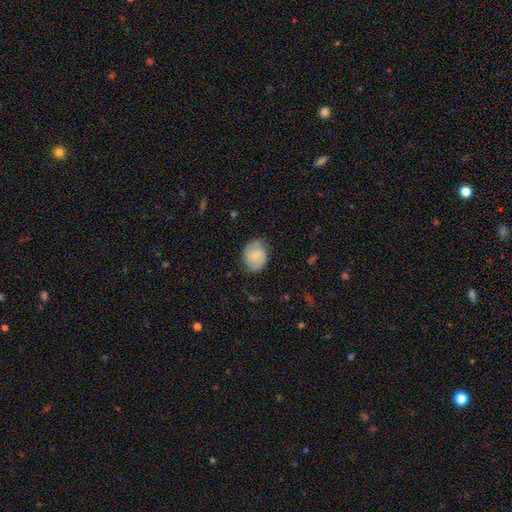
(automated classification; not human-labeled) A featured or disk galaxy (52%) with no bar (61%), spiral arms (88%) and a small central bulge (63%). Merging: none (73%).